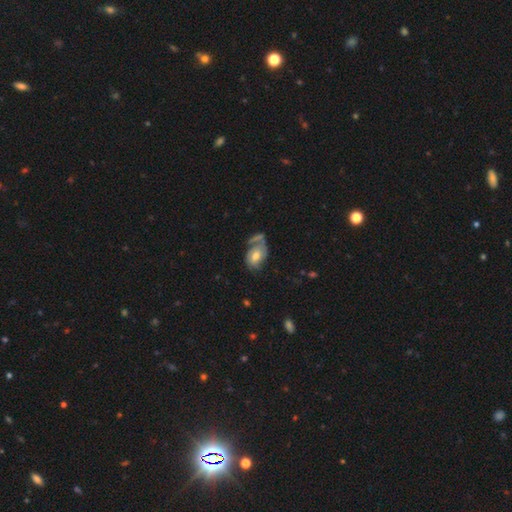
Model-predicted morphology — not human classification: Smooth or featured? featured or disk (62%)
Edge-on disk? no (95%)
Bar? no (59%)
Spiral arms? yes (79%)
Bulge size? moderate (66%)
Merging? none (46%)